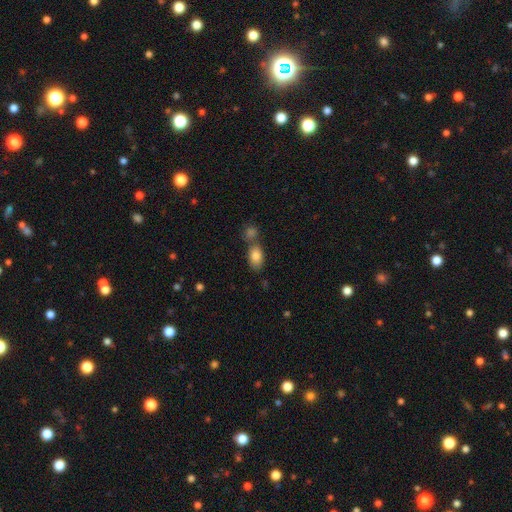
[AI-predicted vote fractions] smooth-or-featured: smooth: 83% | featured or disk: 9% | star or artifact: 8%
  how-rounded: in between: 88% | round: 10% | cigar-shaped: 3%
  merging: none: 53% | merger: 32% | minor disturbance: 12% | major disturbance: 4%